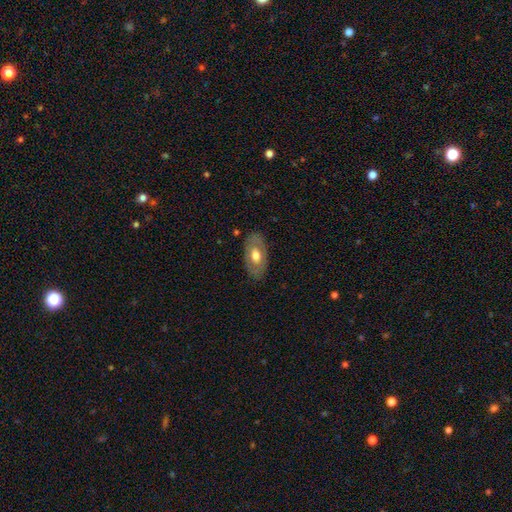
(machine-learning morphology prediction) smooth-or-featured: smooth: 52% | featured or disk: 43% | star or artifact: 5%
  how-rounded: in between: 91% | round: 7% | cigar-shaped: 2%
  merging: none: 82% | minor disturbance: 13% | major disturbance: 4% | merger: 1%